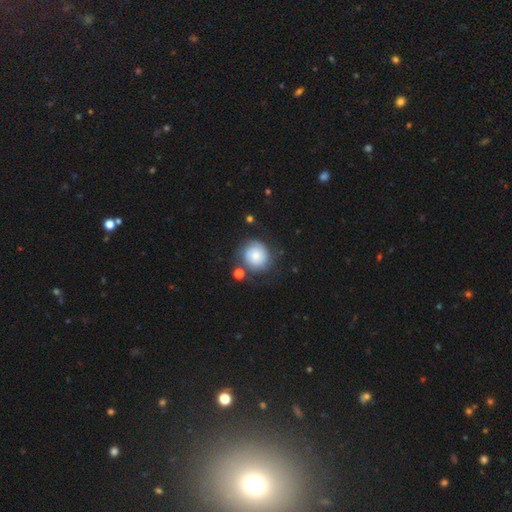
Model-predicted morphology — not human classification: Smooth or featured? featured or disk (49%)
Merging? none (65%)